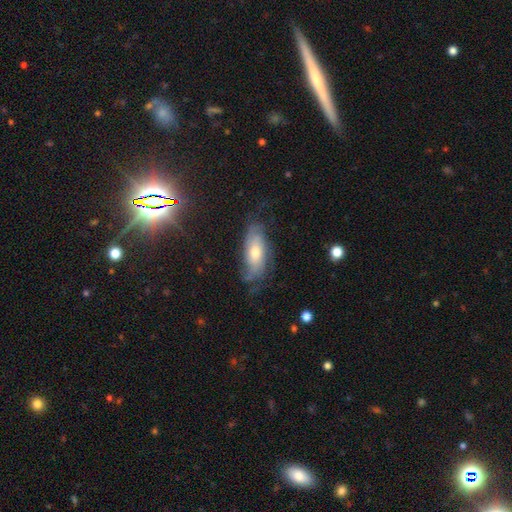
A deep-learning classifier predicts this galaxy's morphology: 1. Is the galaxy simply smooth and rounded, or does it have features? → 59% featured or disk, 24% smooth, 17% star or artifact.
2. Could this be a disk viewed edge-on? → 79% no, 21% yes.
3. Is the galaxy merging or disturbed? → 69% none, 22% minor disturbance, 8% major disturbance, 1% merger.